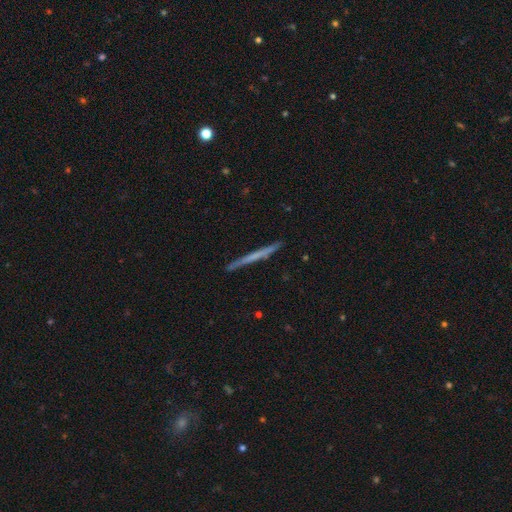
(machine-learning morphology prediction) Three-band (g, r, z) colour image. It shows a featured or disk galaxy (48%). Merging: none (90%).